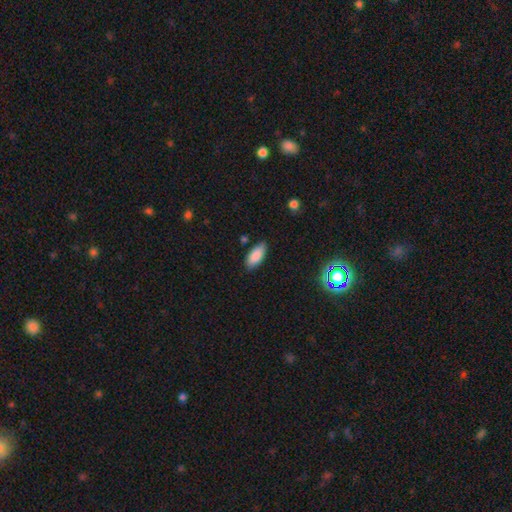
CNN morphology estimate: A smooth galaxy with no disk features (86%) that is in between round and cigar-shaped (88%). Merging: none (80%).